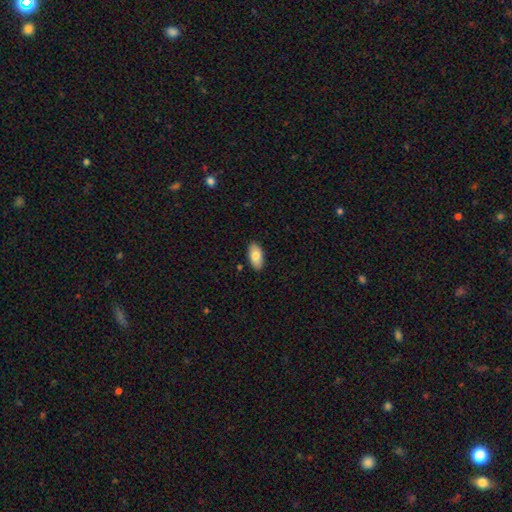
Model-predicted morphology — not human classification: smooth-or-featured: smooth: 81% | featured or disk: 13% | star or artifact: 6%
  how-rounded: in between: 94% | cigar-shaped: 4% | round: 3%
  merging: none: 89% | minor disturbance: 8% | major disturbance: 2% | merger: 1%